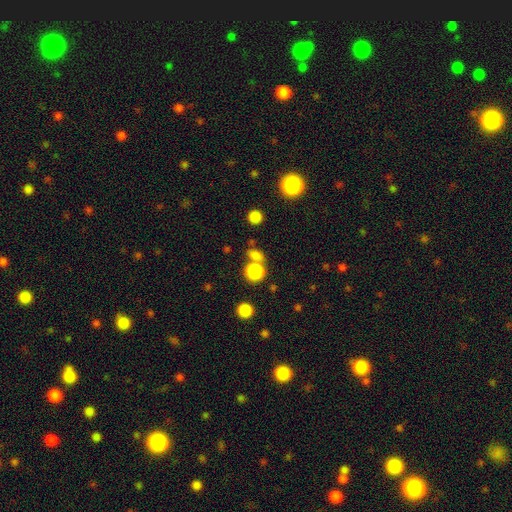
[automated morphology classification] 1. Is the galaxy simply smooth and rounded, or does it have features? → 80% smooth, 13% star or artifact, 7% featured or disk.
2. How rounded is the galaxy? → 65% round, 33% in between, 2% cigar-shaped.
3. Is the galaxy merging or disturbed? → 52% none, 35% merger, 9% minor disturbance, 5% major disturbance.